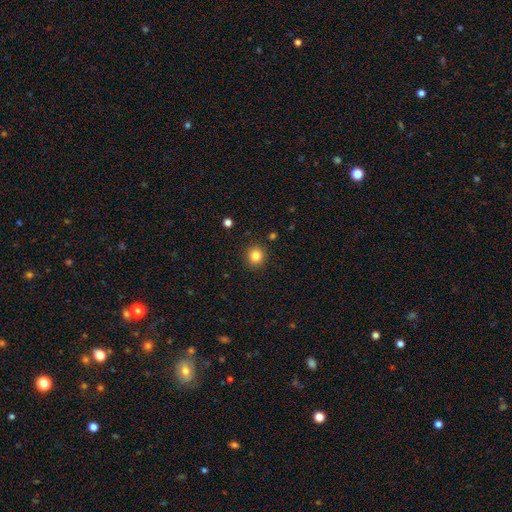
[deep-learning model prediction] Q: Smooth or featured?
A: smooth (84%); runner-up: star or artifact (11%)
Q: How rounded?
A: round (89%); runner-up: in between (10%)
Q: Merging?
A: none (90%); runner-up: minor disturbance (6%)